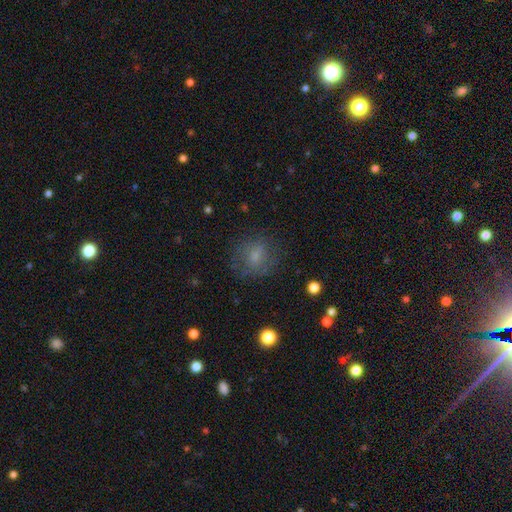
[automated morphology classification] Smooth or featured?
  - smooth: 68% *
  - featured or disk: 19%
  - star or artifact: 13%
How rounded?
  - round: 73% *
  - in between: 26%
  - cigar-shaped: 1%
Merging?
  - none: 70% *
  - minor disturbance: 17%
  - major disturbance: 12%
  - merger: 1%